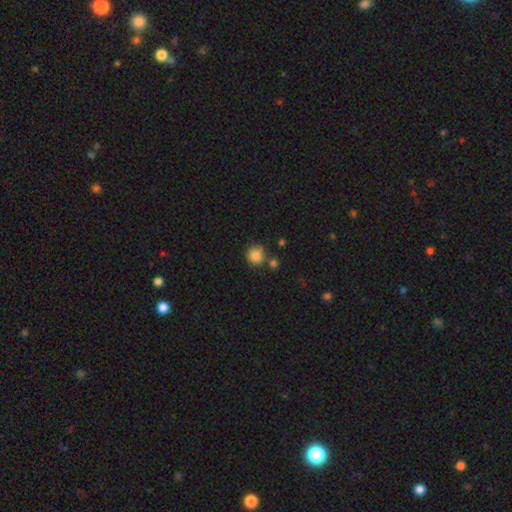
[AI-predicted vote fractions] Q: Smooth or featured?
A: smooth (84%); runner-up: star or artifact (10%)
Q: How rounded?
A: round (90%); runner-up: in between (9%)
Q: Merging?
A: none (68%); runner-up: minor disturbance (15%)